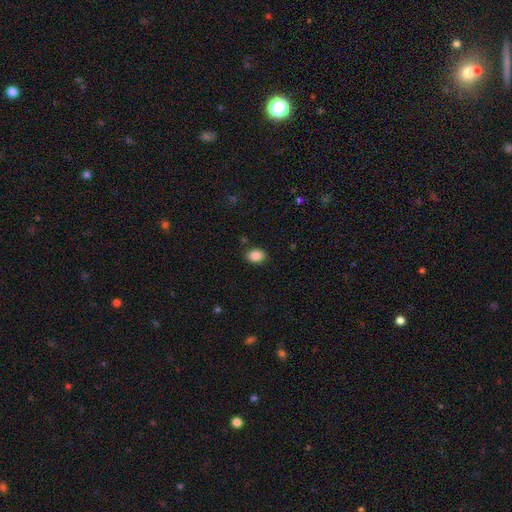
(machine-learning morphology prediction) smooth-or-featured: smooth: 87% | star or artifact: 9% | featured or disk: 4%
  how-rounded: in between: 66% | round: 33% | cigar-shaped: 1%
  merging: none: 87% | minor disturbance: 9% | major disturbance: 2% | merger: 2%